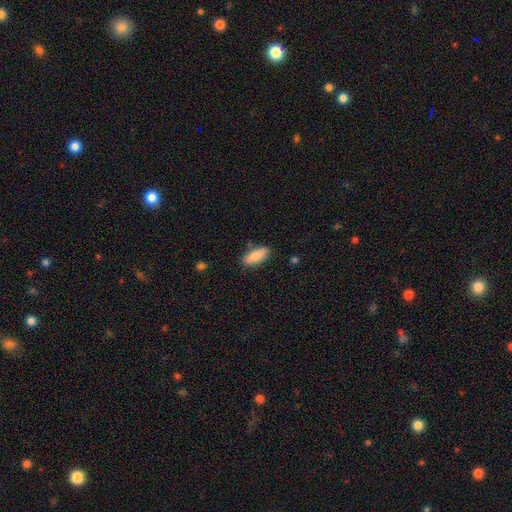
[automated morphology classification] Smooth or featured: smooth — 84% (featured or disk — 10%)
How rounded: in between — 83% (cigar-shaped — 15%)
Merging: none — 83% (minor disturbance — 13%)